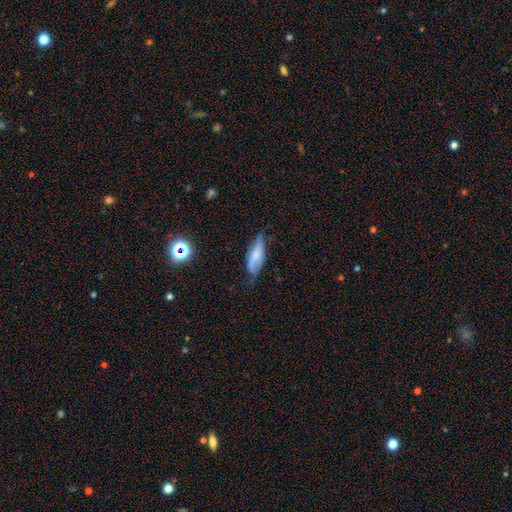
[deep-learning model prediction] This is likely a smooth galaxy (64%). How rounded: likely in between (69%). Merging: marginally none (45%).